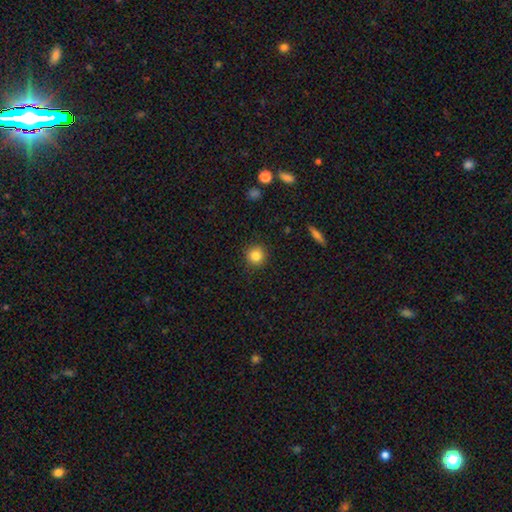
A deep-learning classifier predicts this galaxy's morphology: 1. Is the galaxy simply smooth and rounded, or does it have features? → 83% smooth, 11% star or artifact, 6% featured or disk.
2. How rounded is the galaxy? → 93% round, 6% in between, 1% cigar-shaped.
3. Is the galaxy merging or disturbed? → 91% none, 6% minor disturbance, 2% major disturbance, 1% merger.